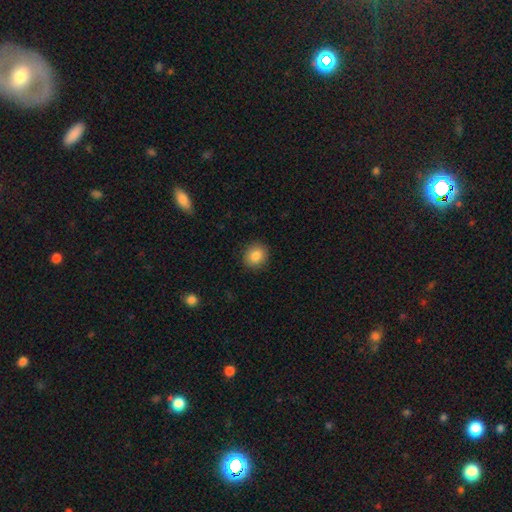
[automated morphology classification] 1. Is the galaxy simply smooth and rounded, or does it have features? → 85% smooth, 9% star or artifact, 6% featured or disk.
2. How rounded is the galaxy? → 80% round, 19% in between, 1% cigar-shaped.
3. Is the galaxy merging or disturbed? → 90% none, 7% minor disturbance, 2% major disturbance, 1% merger.